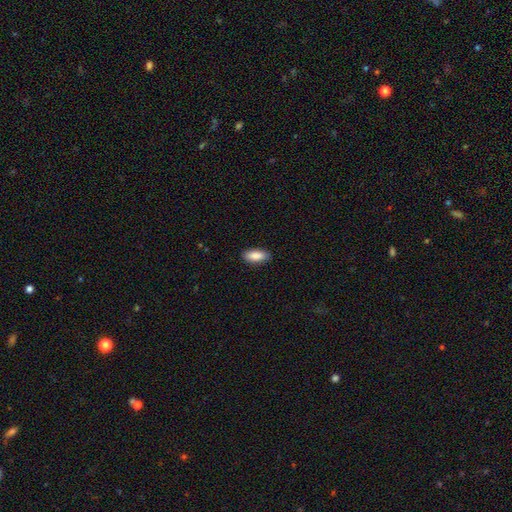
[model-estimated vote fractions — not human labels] Overall: smooth (89%). How rounded: in between (85%). Merging: none (88%).